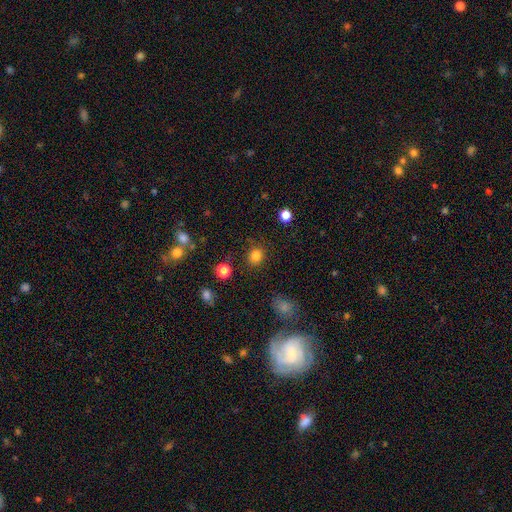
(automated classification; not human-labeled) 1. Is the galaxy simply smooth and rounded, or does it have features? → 82% smooth, 13% star or artifact, 5% featured or disk.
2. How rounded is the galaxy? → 76% round, 23% in between, 1% cigar-shaped.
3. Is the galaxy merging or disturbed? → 82% none, 12% minor disturbance, 4% major disturbance, 2% merger.